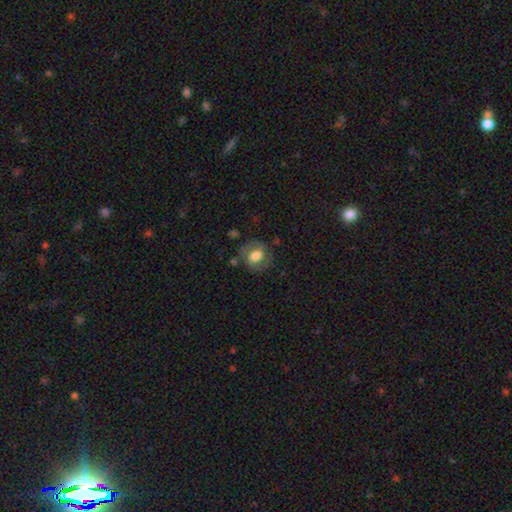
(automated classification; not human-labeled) Smooth or featured? Predicted: smooth (p=0.61). How rounded? Predicted: round (p=0.60). Merging? Predicted: none (p=0.71).